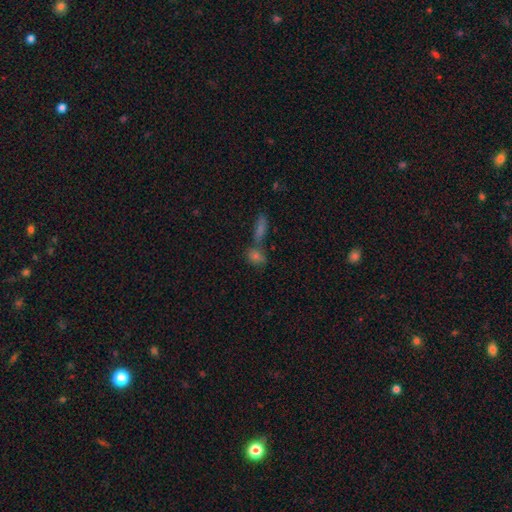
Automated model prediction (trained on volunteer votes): This appears to be a smooth galaxy with no disk features (70%) that is in between round and cigar-shaped (64%). Merging: none (49%).